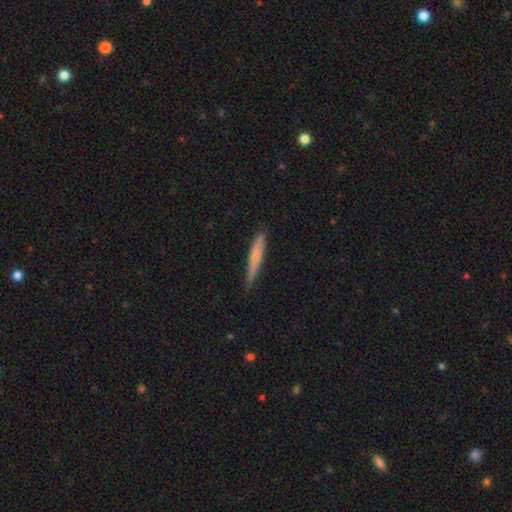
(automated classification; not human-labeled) smooth-or-featured: smooth: 69% | featured or disk: 25% | star or artifact: 6%
  how-rounded: cigar-shaped: 95% | in between: 4% | round: 1%
  merging: none: 84% | minor disturbance: 13% | major disturbance: 2% | merger: 1%